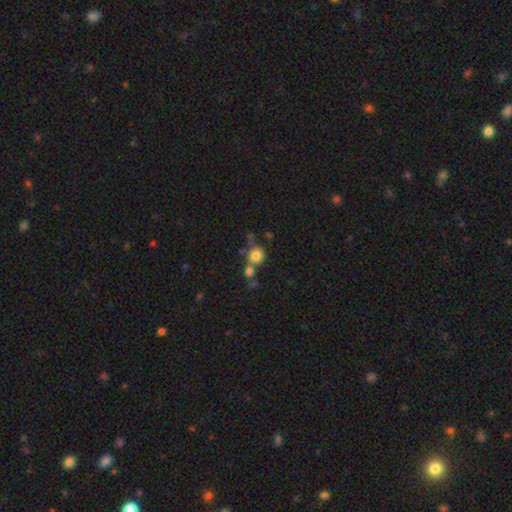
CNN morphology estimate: smooth_or_featured: smooth (p=0.79) [alt: star or artifact p=0.12]
how_rounded: round (p=0.88) [alt: in between p=0.11]
merging: none (p=0.57) [alt: merger p=0.29]